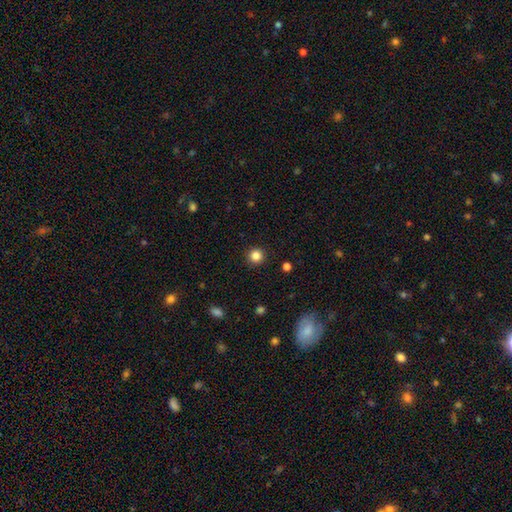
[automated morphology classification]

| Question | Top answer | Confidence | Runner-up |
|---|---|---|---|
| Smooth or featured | smooth | 85% | star or artifact (12%) |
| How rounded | round | 95% | in between (4%) |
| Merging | none | 92% | minor disturbance (5%) |